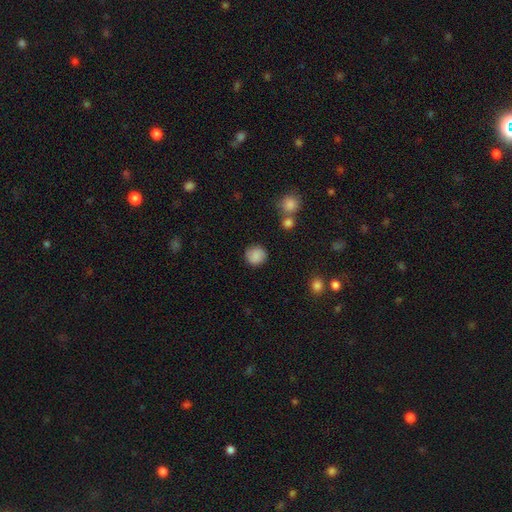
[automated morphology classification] A smooth galaxy with no disk features (82%) that is round (89%).

Vote fractions:
- Smooth or featured? smooth: 82% / featured or disk: 10% / star or artifact: 8%
- How rounded? round: 89% / in between: 10% / cigar-shaped: 1%
- Merging? none: 82% / minor disturbance: 12% / major disturbance: 3% / merger: 3%